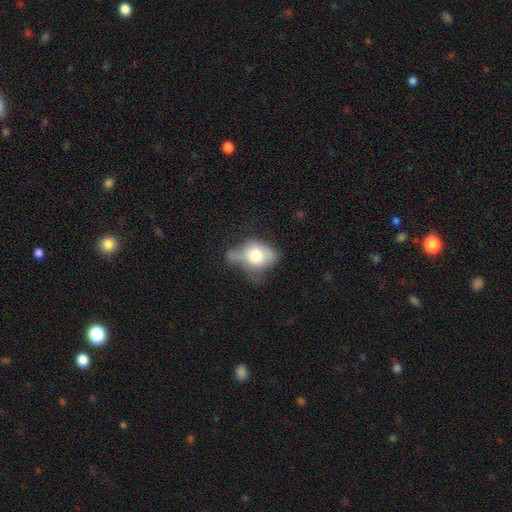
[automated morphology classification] Smooth or featured? Predicted: smooth (p=0.65). How rounded? Predicted: in between (p=0.64). Merging? Predicted: major disturbance (p=0.33).